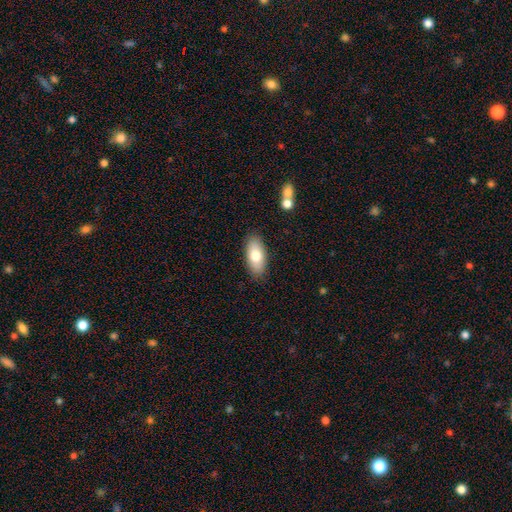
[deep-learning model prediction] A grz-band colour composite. It shows a smooth galaxy with no disk features (74%) that is in between round and cigar-shaped (88%). Merging: none (86%).